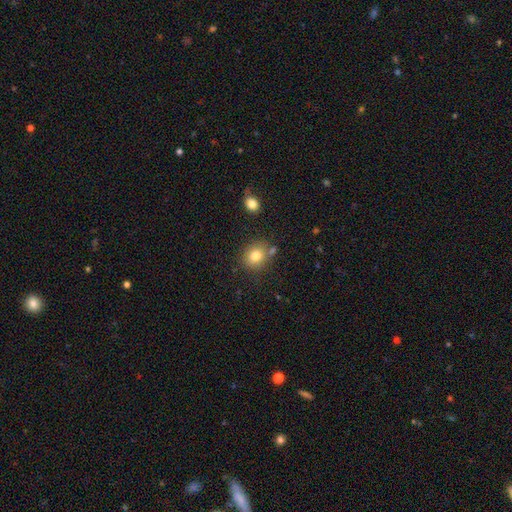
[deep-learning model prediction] This is likely a smooth galaxy (80%). How rounded: likely round (72%). Merging: likely none (75%).